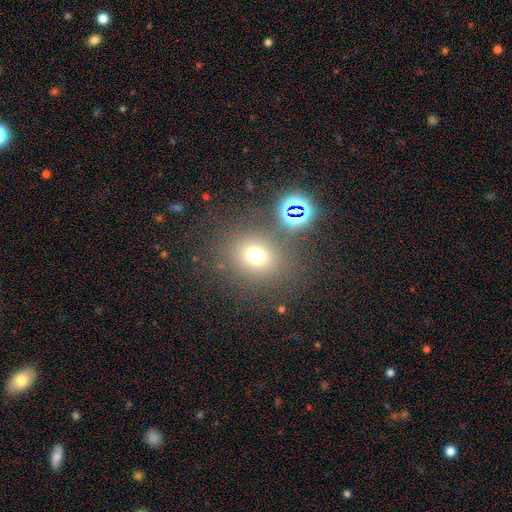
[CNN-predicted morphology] A smooth galaxy with no disk features (69%) that is round (74%). Merging: none (77%).